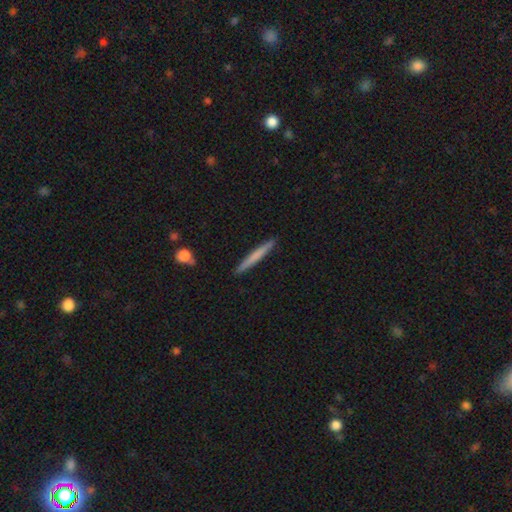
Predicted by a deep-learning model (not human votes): A smooth galaxy with no disk features (64%) that is cigar-shaped (97%).

Vote fractions:
- Smooth or featured? smooth: 64% / featured or disk: 31% / star or artifact: 5%
- How rounded? cigar-shaped: 97% / in between: 2% / round: 1%
- Merging? none: 91% / minor disturbance: 7% / merger: 1% / major disturbance: 1%